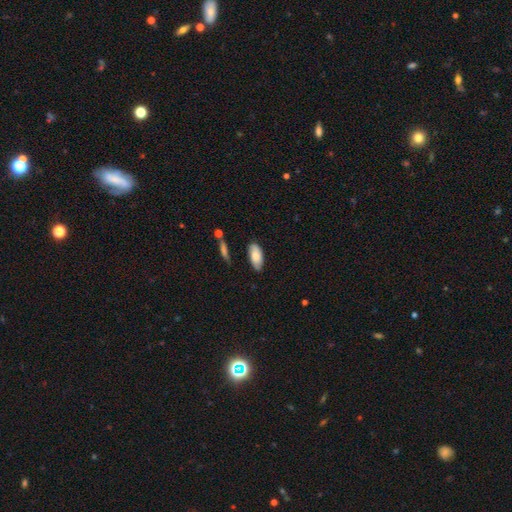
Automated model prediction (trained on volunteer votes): Smooth or featured? smooth (76%)
How rounded? in between (89%)
Merging? none (77%)